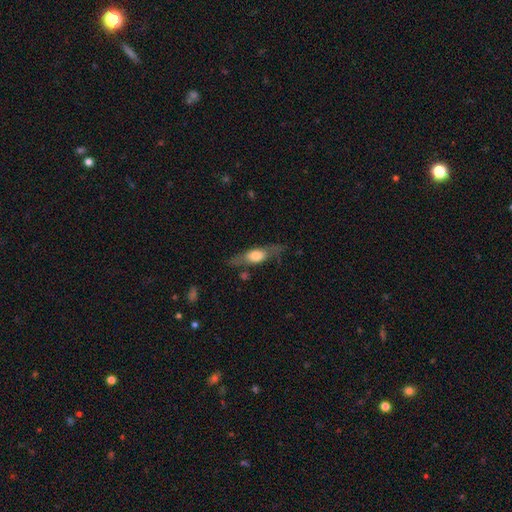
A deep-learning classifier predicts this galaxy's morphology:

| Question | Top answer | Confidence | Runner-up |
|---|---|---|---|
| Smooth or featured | featured or disk | 48% | smooth (46%) |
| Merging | none | 70% | minor disturbance (19%) |